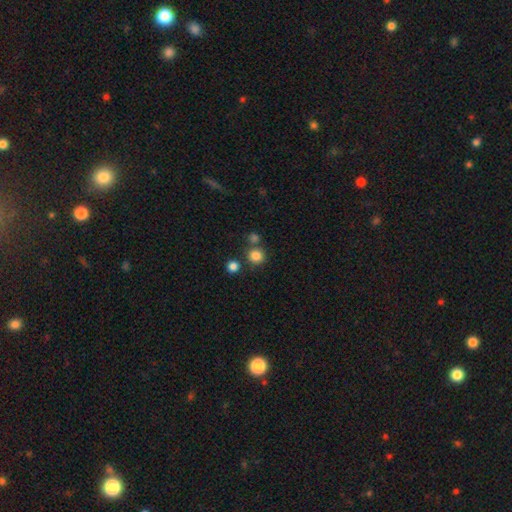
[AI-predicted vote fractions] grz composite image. It shows a smooth galaxy with no disk features (82%) that is round (92%). Merging: none (76%).